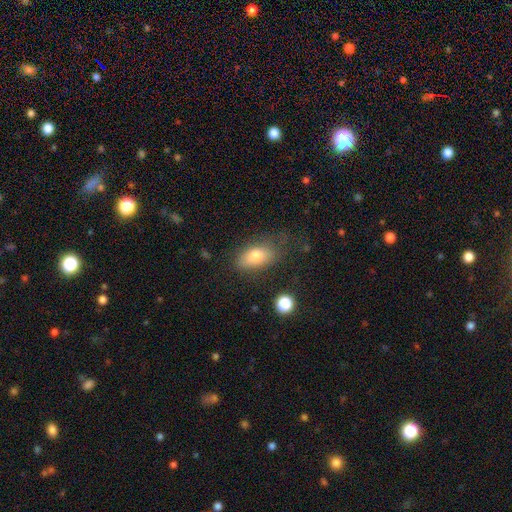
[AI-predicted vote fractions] smooth 78%, featured or disk 14%, star or artifact 9%. Down the decision tree: how rounded — in between (88%); merging — none (61%).